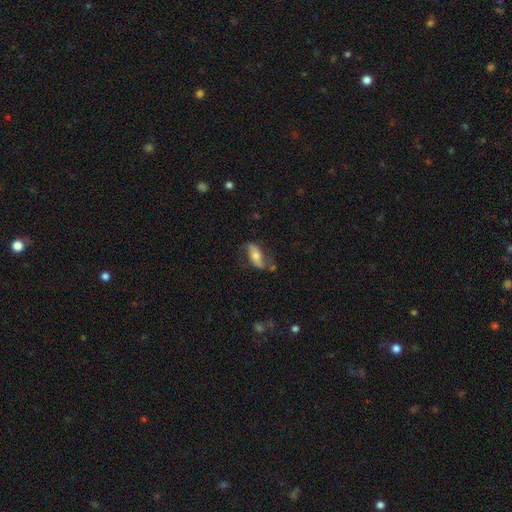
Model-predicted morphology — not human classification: A featured or disk galaxy (61%) with no bar (43%), spiral arms (85%) and a moderate central bulge (55%). Merging: none (64%).